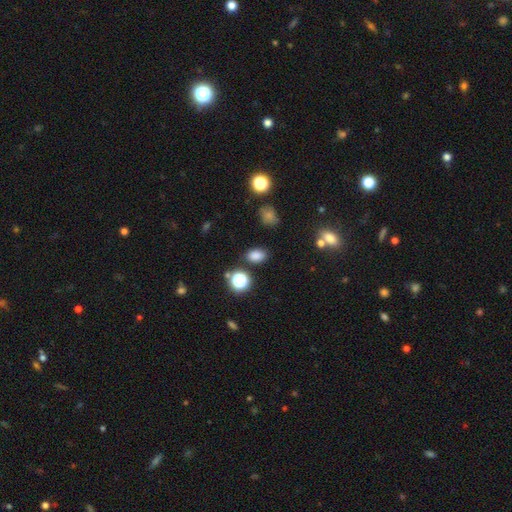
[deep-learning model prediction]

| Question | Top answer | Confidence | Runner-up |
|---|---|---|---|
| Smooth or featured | smooth | 79% | star or artifact (16%) |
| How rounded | in between | 77% | round (21%) |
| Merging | none | 82% | minor disturbance (11%) |